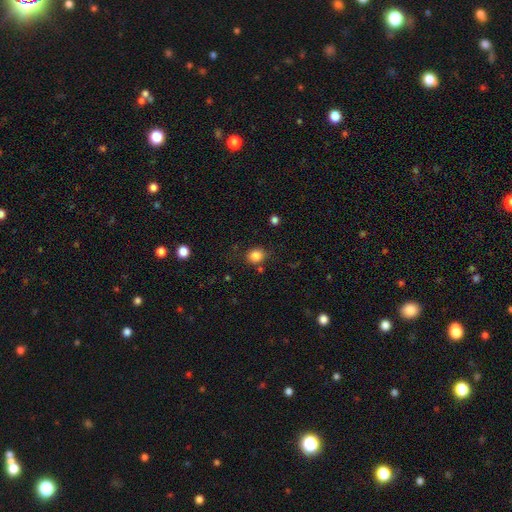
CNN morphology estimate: smooth 84%, star or artifact 11%, featured or disk 5%. Down the decision tree: how rounded — round (73%); merging — none (80%).